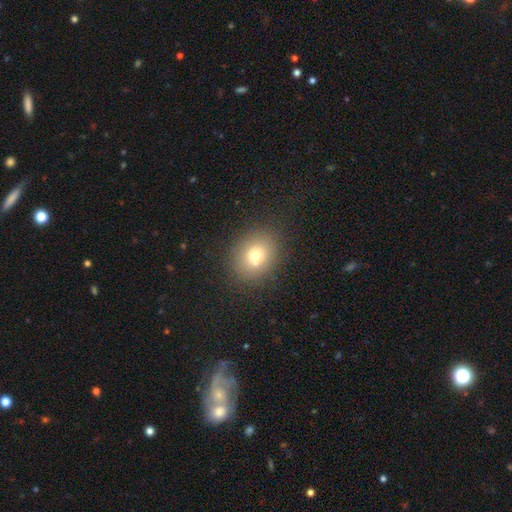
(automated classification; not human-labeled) smooth_or_featured: smooth (p=0.71) [alt: star or artifact p=0.15]
how_rounded: round (p=0.62) [alt: in between p=0.37]
merging: none (p=0.79) [alt: minor disturbance p=0.11]